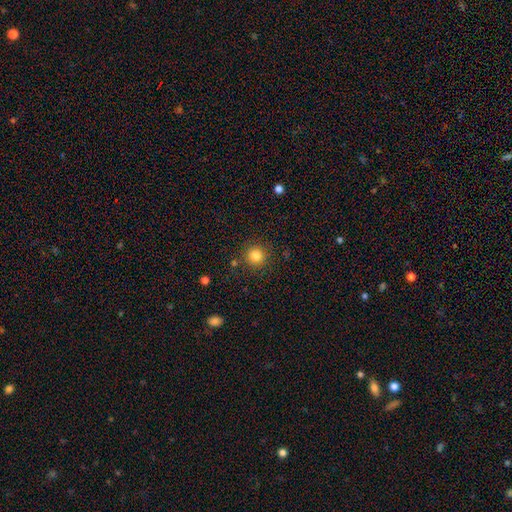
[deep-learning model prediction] This appears to be a smooth galaxy with no disk features (83%) that is round (95%). Merging: none (88%).